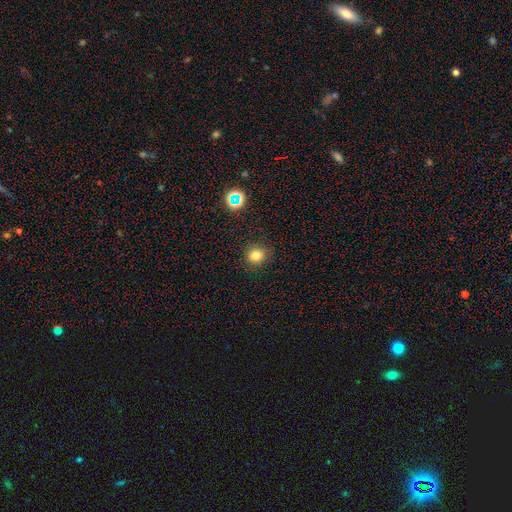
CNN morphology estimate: Smooth or featured?
  - smooth: 79% *
  - star or artifact: 15%
  - featured or disk: 6%
How rounded?
  - round: 89% *
  - in between: 10%
  - cigar-shaped: 1%
Merging?
  - none: 89% *
  - minor disturbance: 7%
  - major disturbance: 2%
  - merger: 1%